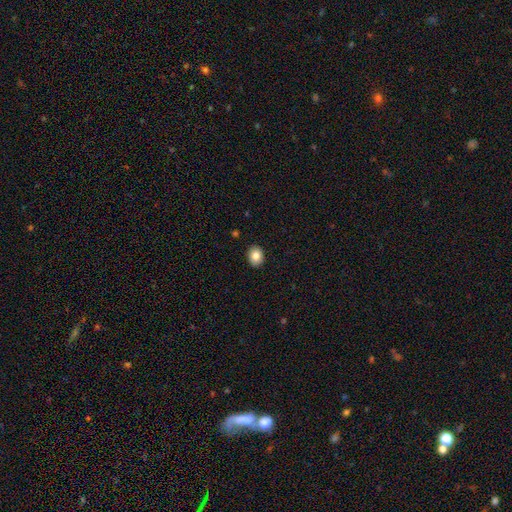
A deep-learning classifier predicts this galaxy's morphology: A smooth galaxy with no disk features (84%) that is in between round and cigar-shaped (56%). Merging: none (90%).